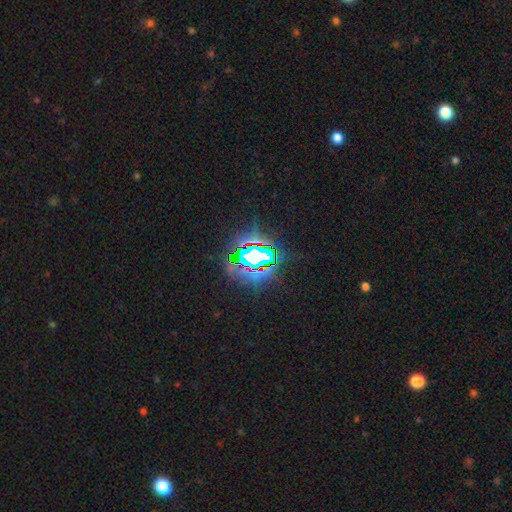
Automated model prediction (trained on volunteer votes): Q: Smooth or featured?
A: star or artifact (75%); runner-up: smooth (13%)